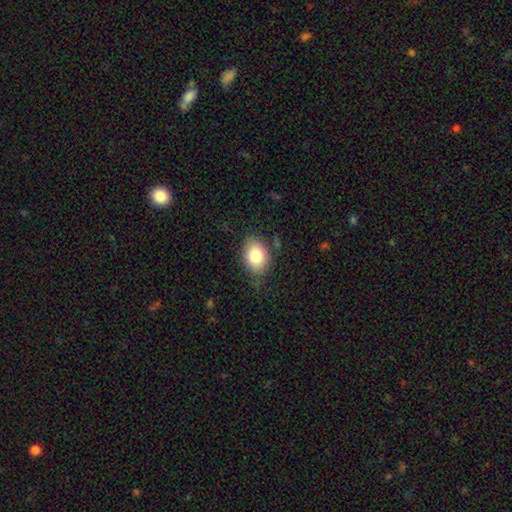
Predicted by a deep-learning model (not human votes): This is clearly a smooth galaxy (82%). How rounded: likely in between (75%). Merging: likely none (75%).